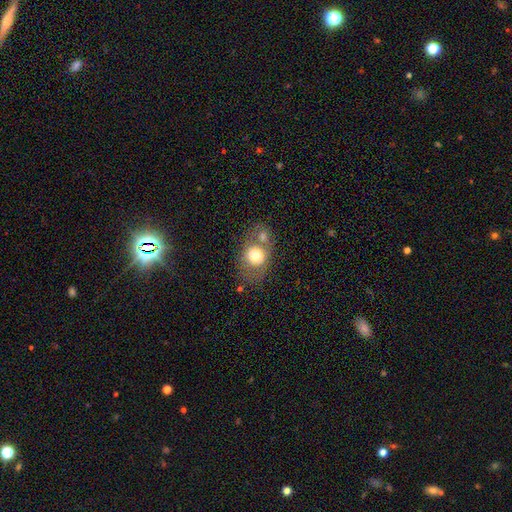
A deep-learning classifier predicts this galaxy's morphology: type=smooth (69%); roundness=round (49%, tied with in between); merging=none (42%).